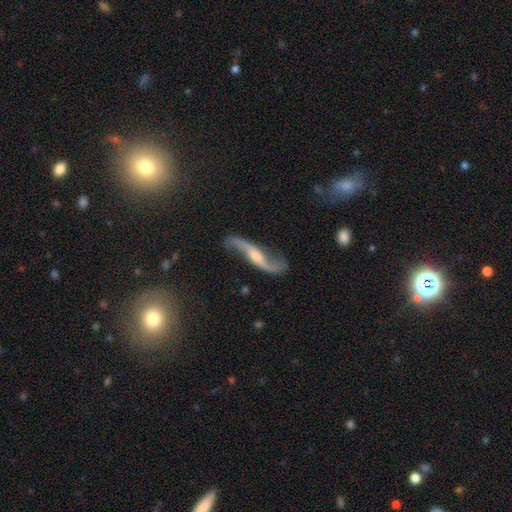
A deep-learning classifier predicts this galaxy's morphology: smooth-or-featured: featured or disk: 88% | smooth: 7% | star or artifact: 5%
  disk-edge-on: no: 82% | yes: 18%
    bar: no: 44% | weak: 37% | strong: 19%
    has-spiral-arms: yes: 96% | no: 4%
      spiral-winding: loose: 90% | medium: 7% | tight: 3%
      spiral-arm-count: 2: 93% | 1: 2% | can't tell: 2% | 3: 1% | 4: 1% | more than 4: 1%
    bulge-size: moderate: 44% | small: 36% | none: 11% | large: 7% | dominant: 2%
  merging: none: 73% | minor disturbance: 16% | major disturbance: 8% | merger: 3%